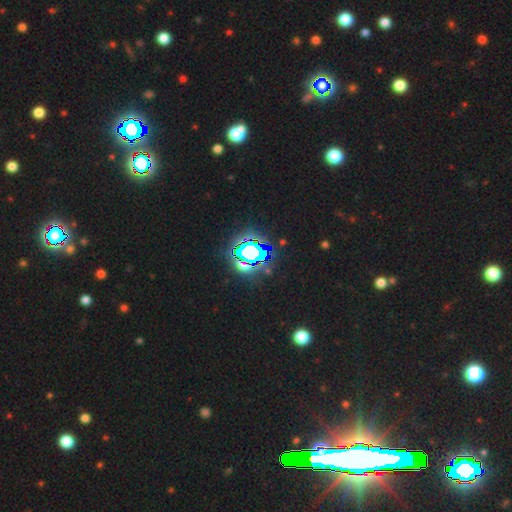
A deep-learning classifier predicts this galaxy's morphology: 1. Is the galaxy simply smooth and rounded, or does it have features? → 81% star or artifact, 12% smooth, 7% featured or disk.